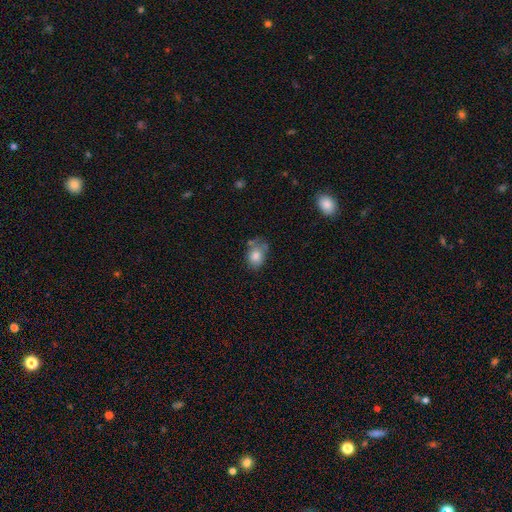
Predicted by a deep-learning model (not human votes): This appears to be a smooth galaxy with no disk features (79%) that is in between round and cigar-shaped (63%). Merging: none (49%).